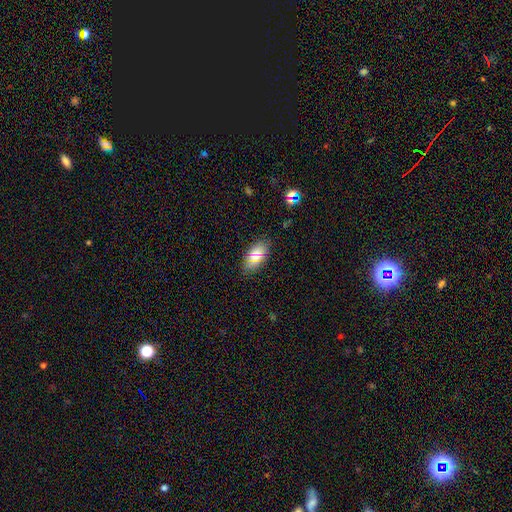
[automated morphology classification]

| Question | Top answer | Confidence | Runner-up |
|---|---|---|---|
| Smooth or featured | smooth | 77% | featured or disk (13%) |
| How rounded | in between | 88% | cigar-shaped (7%) |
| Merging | none | 83% | minor disturbance (13%) |